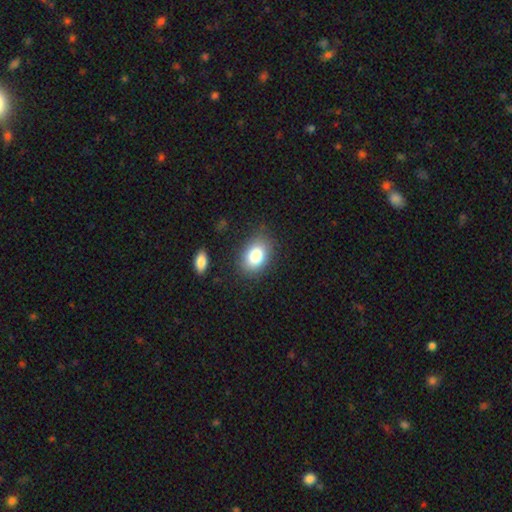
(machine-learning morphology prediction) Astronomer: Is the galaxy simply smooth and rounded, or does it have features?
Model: smooth — 82%.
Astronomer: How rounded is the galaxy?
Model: in between — 75%.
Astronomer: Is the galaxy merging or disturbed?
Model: none — 82%.